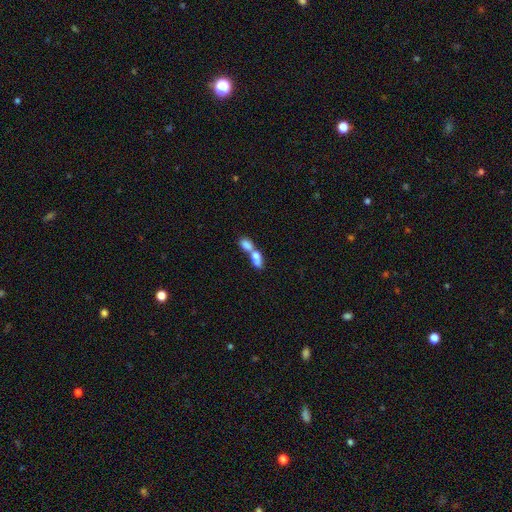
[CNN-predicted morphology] This is likely a smooth galaxy (73%). How rounded: likely in between (73%). Merging: likely merger (75%).